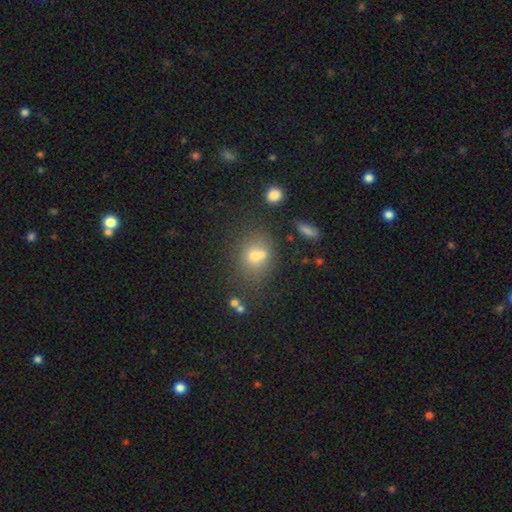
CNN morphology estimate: Smooth or featured?
  - smooth: 65% *
  - star or artifact: 18%
  - featured or disk: 18%
How rounded?
  - round: 61% *
  - in between: 38%
  - cigar-shaped: 1%
Merging?
  - none: 48% *
  - merger: 34%
  - minor disturbance: 12%
  - major disturbance: 6%